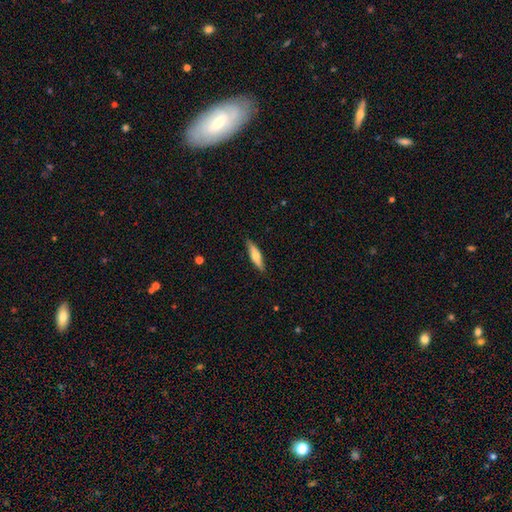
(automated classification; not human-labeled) Smooth or featured? Predicted: smooth (p=0.56). How rounded? Predicted: cigar-shaped (p=0.71). Merging? Predicted: none (p=0.87).